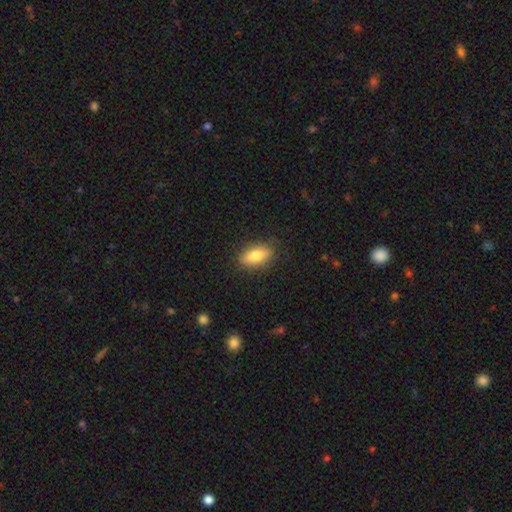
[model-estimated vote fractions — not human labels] The model was most divided on "smooth or featured": smooth: 78%, featured or disk: 15%, star or artifact: 7%. More confident: merging — none (85%); how rounded — in between (83%).